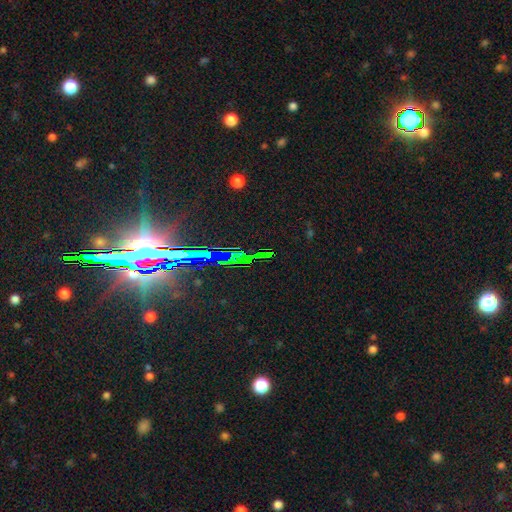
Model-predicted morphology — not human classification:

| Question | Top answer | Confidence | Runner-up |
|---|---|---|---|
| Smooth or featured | star or artifact | 78% | smooth (12%) |